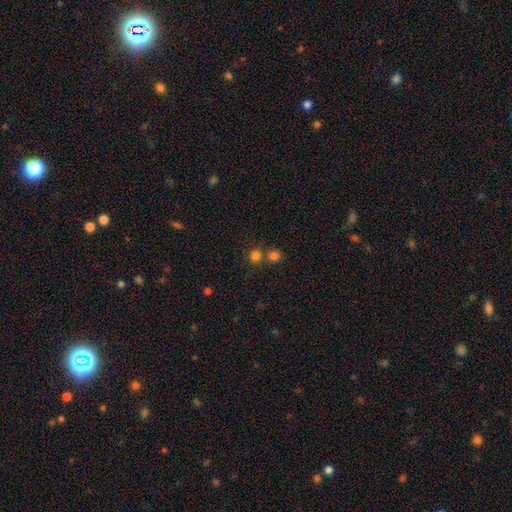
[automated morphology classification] A smooth galaxy with no disk features (78%) that is round (90%). Merging: none (64%).